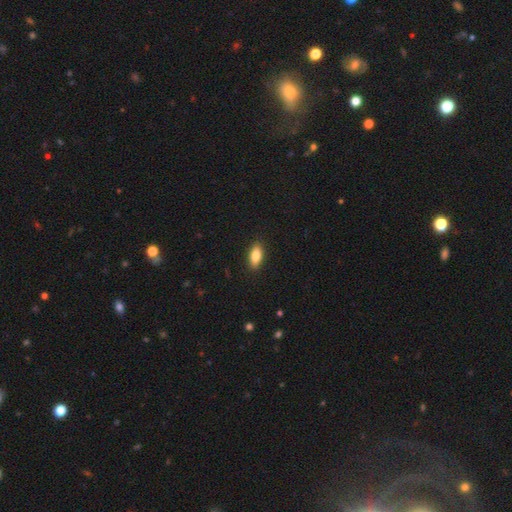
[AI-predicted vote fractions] Smooth or featured?
  - smooth: 83% *
  - featured or disk: 11%
  - star or artifact: 7%
How rounded?
  - in between: 83% *
  - cigar-shaped: 14%
  - round: 3%
Merging?
  - none: 90% *
  - minor disturbance: 8%
  - major disturbance: 2%
  - merger: 1%